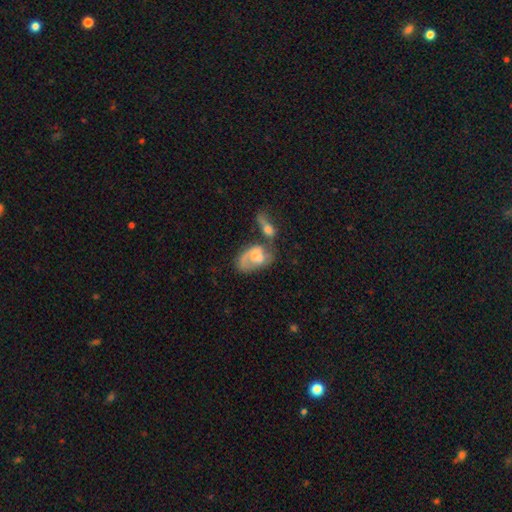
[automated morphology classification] Smooth or featured? Predicted: featured or disk (p=0.52). Edge-on disk? Predicted: no (p=0.96). Bar? Predicted: no (p=0.76). Spiral arms? Predicted: yes (p=0.62). Bulge size? Predicted: small (p=0.36). Merging? Predicted: merger (p=0.50).